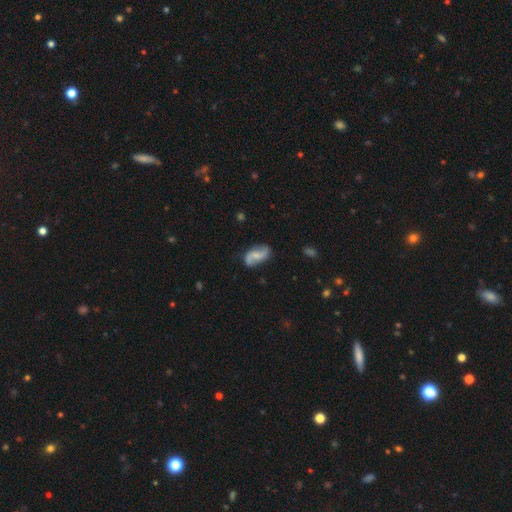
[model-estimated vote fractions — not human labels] Smooth or featured? Predicted: featured or disk (p=0.71). Edge-on disk? Predicted: no (p=0.97). Bar? Predicted: weak (p=0.43, tied with no). Spiral arms? Predicted: yes (p=0.94). Spiral winding? Predicted: loose (p=0.70). Spiral arm count? Predicted: 2 (p=0.91). Bulge size? Predicted: none (p=0.38). Merging? Predicted: none (p=0.76).